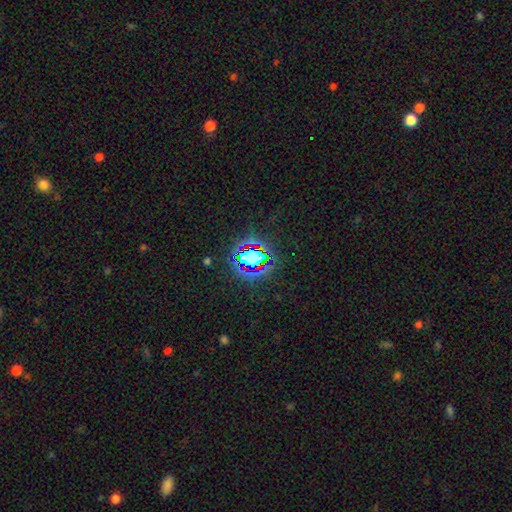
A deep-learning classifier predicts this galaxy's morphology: A star or artifact, not a galaxy (68%).